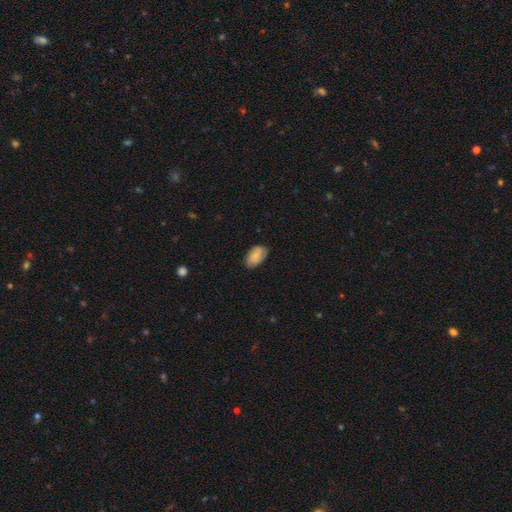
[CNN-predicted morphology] A smooth galaxy with no disk features (82%) that is in between round and cigar-shaped (93%). Merging: none (78%).